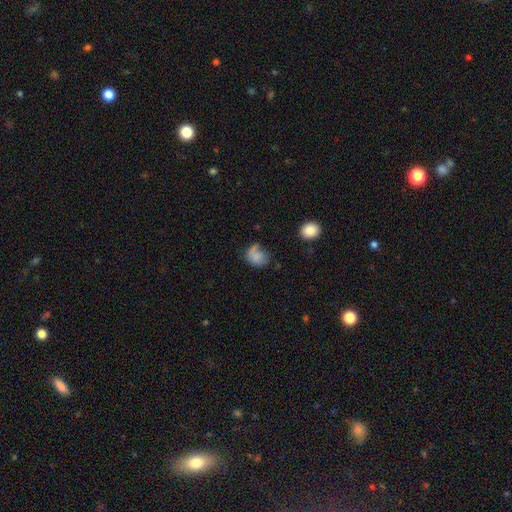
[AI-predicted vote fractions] smooth 73%, featured or disk 17%, star or artifact 10%. Down the decision tree: how rounded — in between (52%); merging — none (41%).